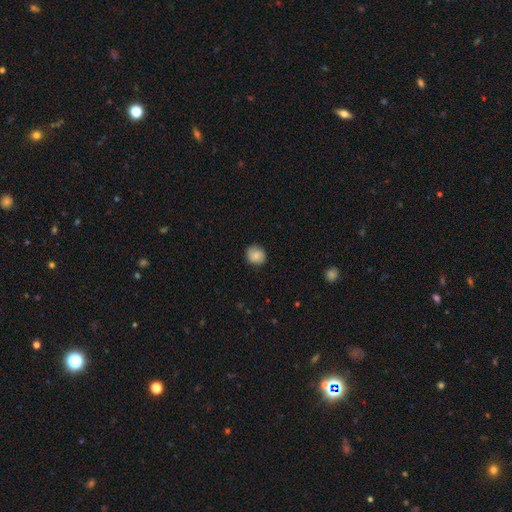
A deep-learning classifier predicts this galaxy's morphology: Overall: smooth (82%). How rounded: round (83%). Merging: none (85%).